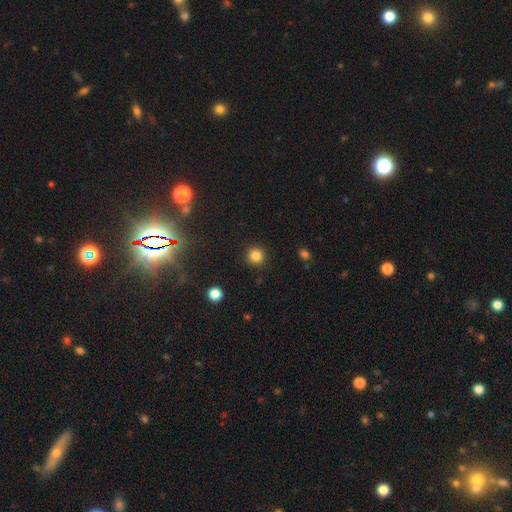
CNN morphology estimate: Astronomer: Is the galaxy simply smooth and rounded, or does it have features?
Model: smooth — 83%.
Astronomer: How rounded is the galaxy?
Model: round — 94%.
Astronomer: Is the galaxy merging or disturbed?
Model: none — 91%.